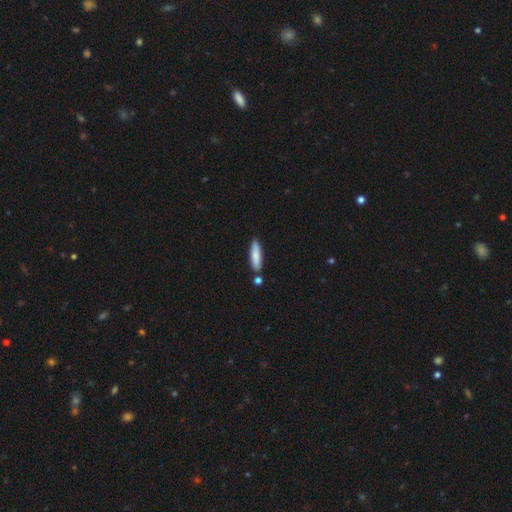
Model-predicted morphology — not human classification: This is clearly a smooth galaxy (82%). How rounded: likely cigar-shaped (70%). Merging: likely none (79%).